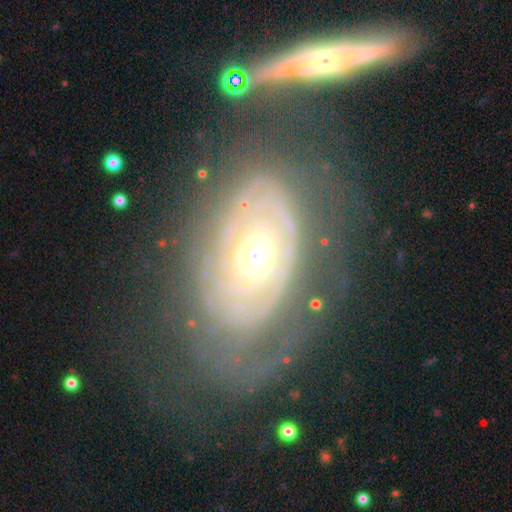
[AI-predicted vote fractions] This appears to be a featured or disk galaxy (83%) with no bar (75%), tight (71%) spiral arms (84%) and a moderate central bulge (68%). Merging: none (55%).